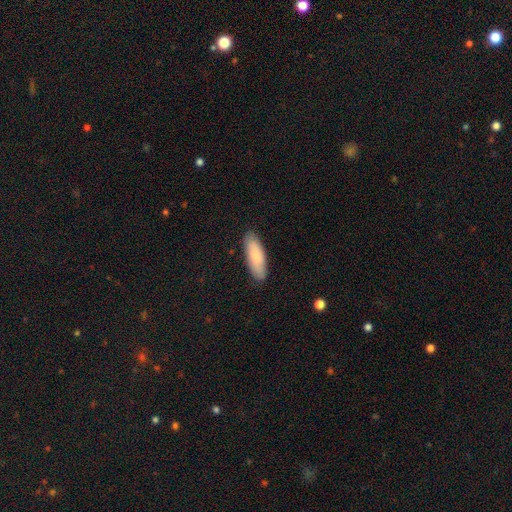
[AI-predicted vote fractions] smooth-or-featured: smooth: 84% | featured or disk: 10% | star or artifact: 5%
  how-rounded: in between: 60% | cigar-shaped: 39% | round: 1%
  merging: none: 86% | minor disturbance: 11% | major disturbance: 2% | merger: 1%